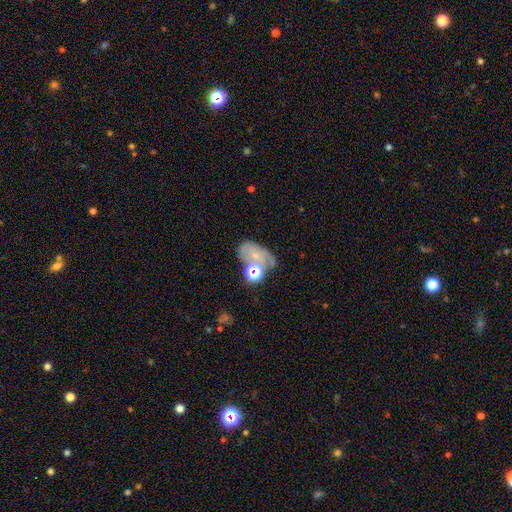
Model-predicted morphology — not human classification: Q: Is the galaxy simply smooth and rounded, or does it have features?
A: smooth — 41%.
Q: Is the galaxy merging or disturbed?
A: none — 34%.